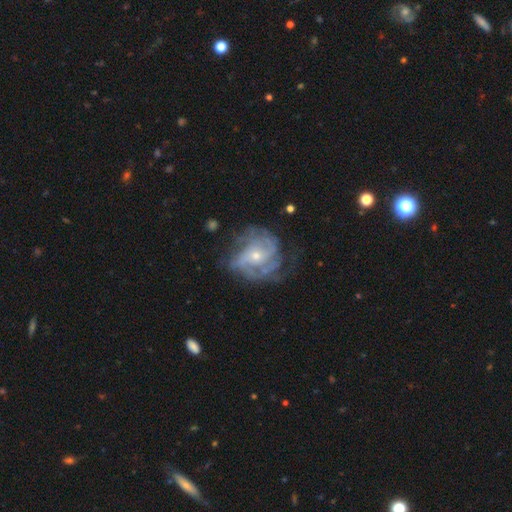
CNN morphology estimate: smooth-or-featured: featured or disk: 84% | smooth: 9% | star or artifact: 7%
  disk-edge-on: no: 97% | yes: 3%
    bar: no: 67% | weak: 27% | strong: 6%
    has-spiral-arms: yes: 92% | no: 8%
      spiral-winding: tight: 47% | medium: 40% | loose: 13%
      spiral-arm-count: can't tell: 31% | 3: 24% | 2: 24% | 4: 11% | 1: 5% | more than 4: 5%
    bulge-size: small: 64% | moderate: 32% | none: 2% | large: 2% | dominant: 1%
  merging: none: 60% | minor disturbance: 22% | major disturbance: 16% | merger: 2%